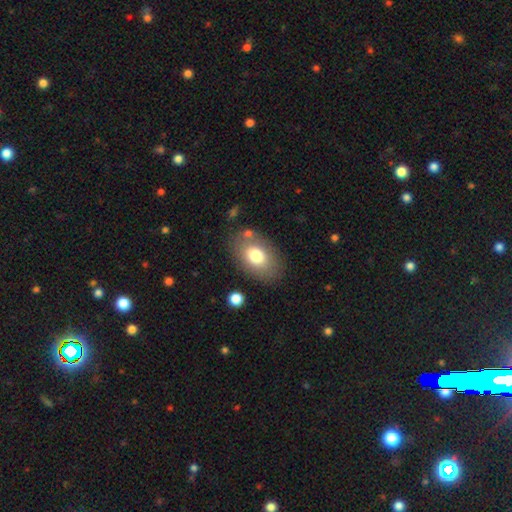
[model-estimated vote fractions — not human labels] A smooth galaxy with no disk features (76%) that is in between round and cigar-shaped (86%). Merging: none (79%).